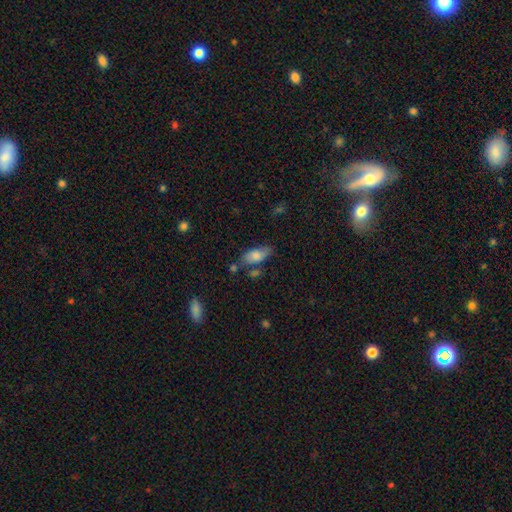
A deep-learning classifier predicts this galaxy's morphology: type=smooth (76%); roundness=in between (84%); merging=none (62%).